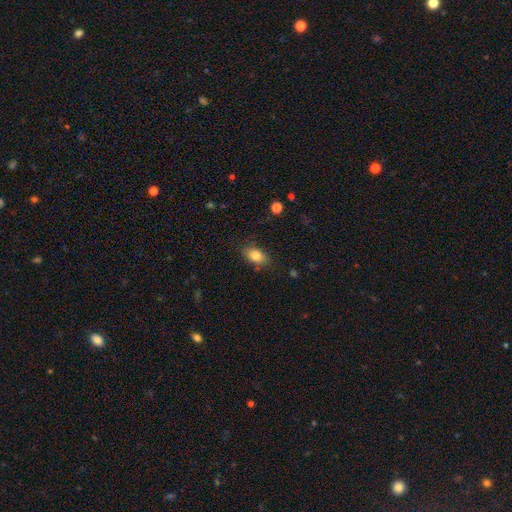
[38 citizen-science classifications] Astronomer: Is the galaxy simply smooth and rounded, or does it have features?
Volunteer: smooth — 76%.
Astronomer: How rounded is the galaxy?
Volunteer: in between — 83%.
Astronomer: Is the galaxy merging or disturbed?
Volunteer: none — 82%.